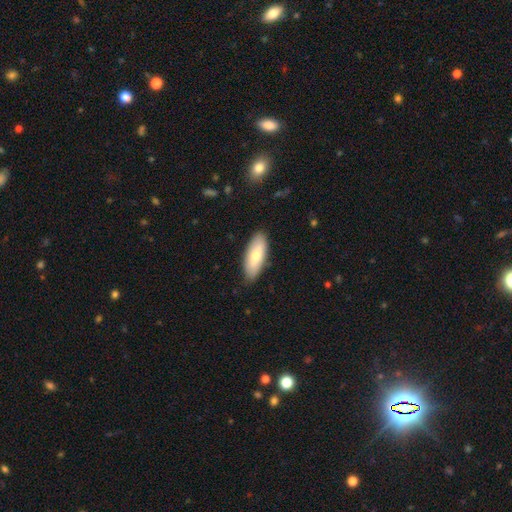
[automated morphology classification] This appears to be a smooth galaxy with no disk features (70%) that is in between round and cigar-shaped (76%). Merging: none (85%).